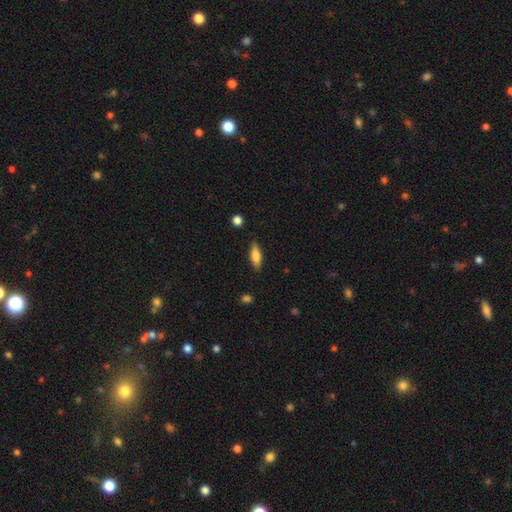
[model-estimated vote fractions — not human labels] Overall: smooth (73%). How rounded: in between (49%; cigar-shaped 48%). Merging: none (86%).